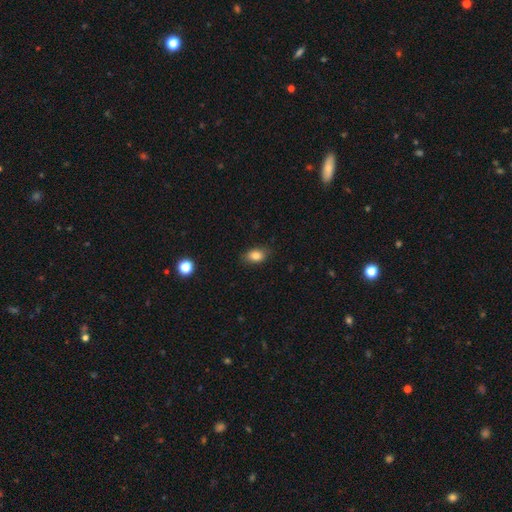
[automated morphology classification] smooth 84%, star or artifact 9%, featured or disk 7%. Down the decision tree: how rounded — in between (81%); merging — none (84%).